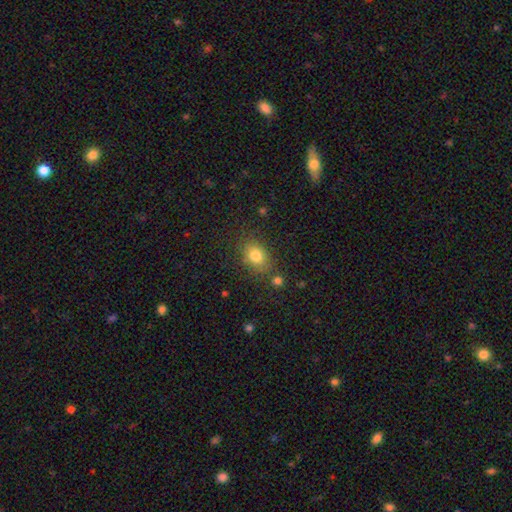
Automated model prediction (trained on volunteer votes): A smooth galaxy with no disk features (79%) that is in between round and cigar-shaped (59%).

Vote fractions:
- Smooth or featured? smooth: 79% / star or artifact: 12% / featured or disk: 9%
- How rounded? in between: 59% / round: 40% / cigar-shaped: 1%
- Merging? none: 76% / minor disturbance: 14% / merger: 5% / major disturbance: 5%